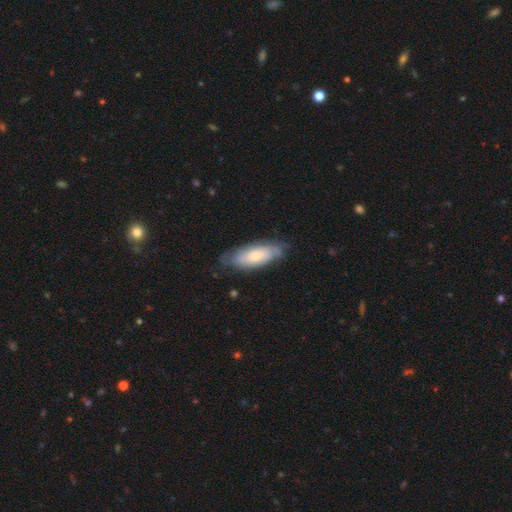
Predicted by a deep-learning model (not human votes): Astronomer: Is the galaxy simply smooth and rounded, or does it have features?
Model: smooth — 52% (runner-up: featured or disk, 42%).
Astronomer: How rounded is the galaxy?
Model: in between — 76%.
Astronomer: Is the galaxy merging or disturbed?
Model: none — 67%.